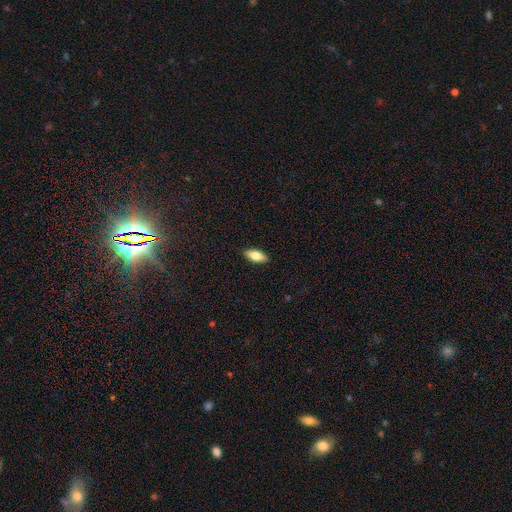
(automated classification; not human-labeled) smooth-or-featured: smooth: 77% | featured or disk: 17% | star or artifact: 6%
  how-rounded: in between: 79% | cigar-shaped: 19% | round: 2%
  merging: none: 90% | minor disturbance: 8% | major disturbance: 2% | merger: 1%